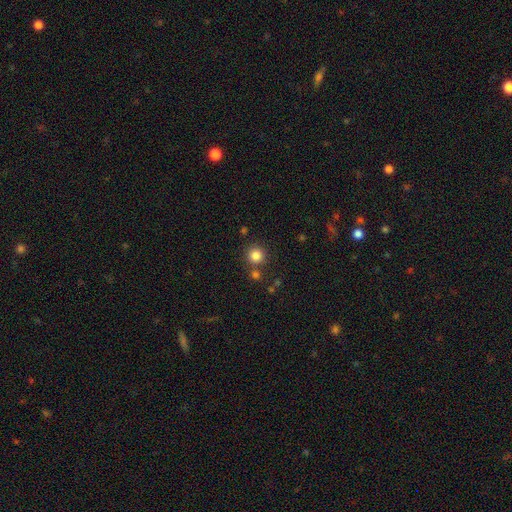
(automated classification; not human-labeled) Smooth or featured? Predicted: smooth (p=0.83). How rounded? Predicted: round (p=0.94). Merging? Predicted: none (p=0.80).